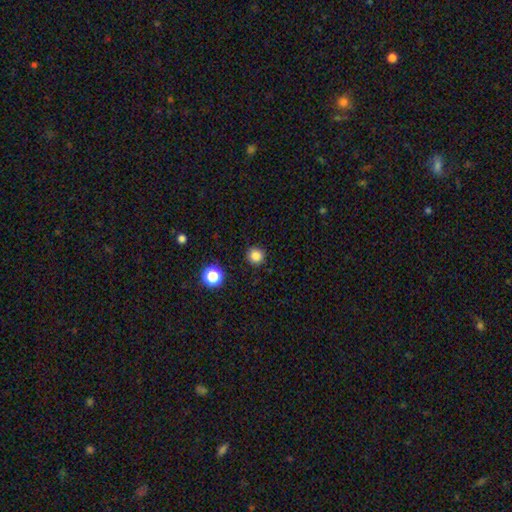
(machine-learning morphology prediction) This is clearly a smooth galaxy (83%). How rounded: clearly round (95%). Merging: clearly none (92%).